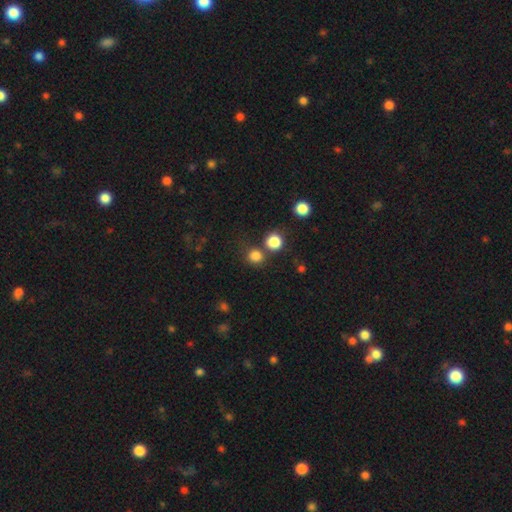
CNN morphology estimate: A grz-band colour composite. It shows a smooth galaxy with no disk features (82%) that is round (84%). Merging: none (64%).